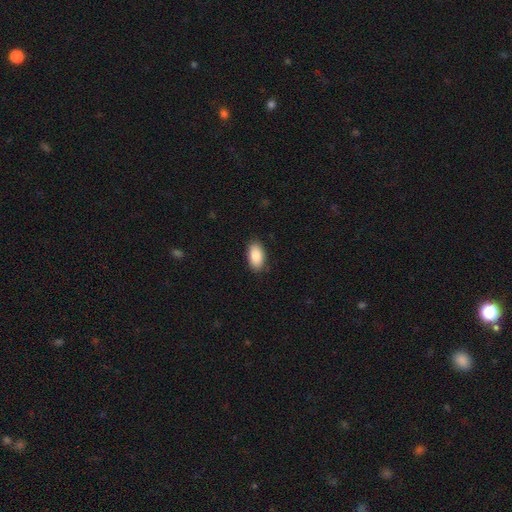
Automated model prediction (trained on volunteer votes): The model was most divided on "merging": none: 87%, minor disturbance: 10%, major disturbance: 2%, merger: 1%. More confident: how rounded — in between (94%); smooth or featured — smooth (87%).